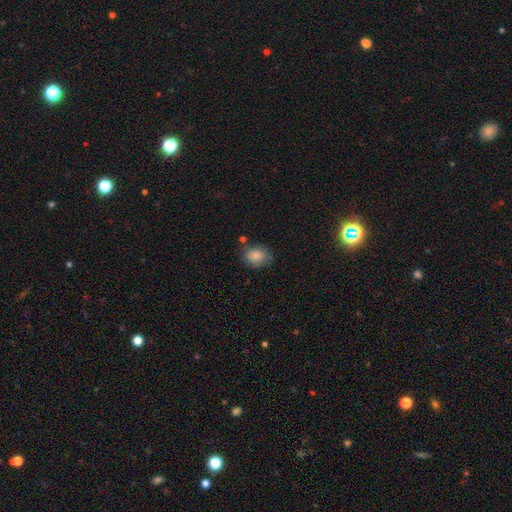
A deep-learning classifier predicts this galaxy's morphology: A smooth galaxy with no disk features (84%) that is in between round and cigar-shaped (55%). Merging: none (71%).